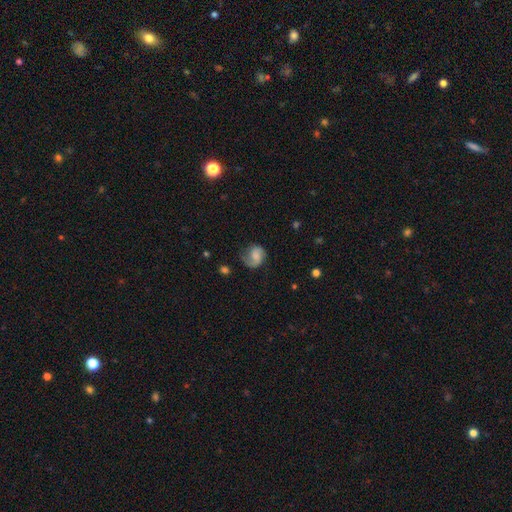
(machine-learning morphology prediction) Q: Smooth or featured?
A: featured or disk (50%); runner-up: smooth (42%)
Q: Merging?
A: none (53%); runner-up: minor disturbance (26%)